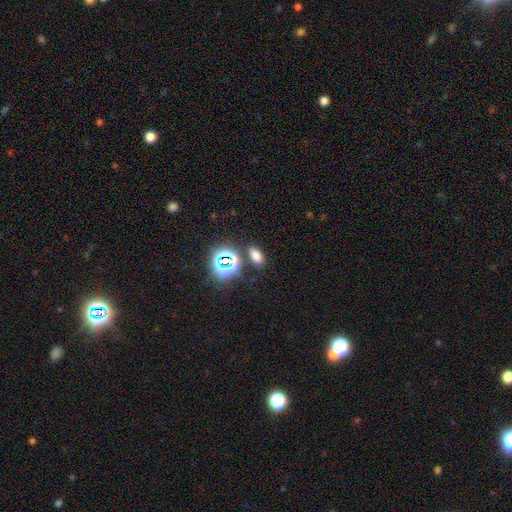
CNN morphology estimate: smooth 67%, star or artifact 27%, featured or disk 6%. Down the decision tree: how rounded — in between (84%); merging — none (80%).